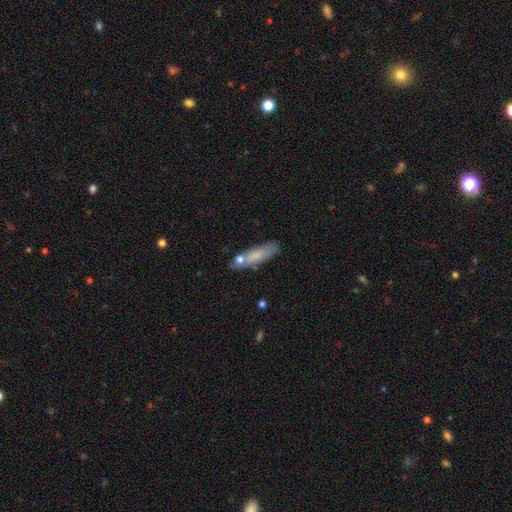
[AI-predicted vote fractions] A smooth galaxy with no disk features (70%) that is cigar-shaped (68%). Merging: none (64%).